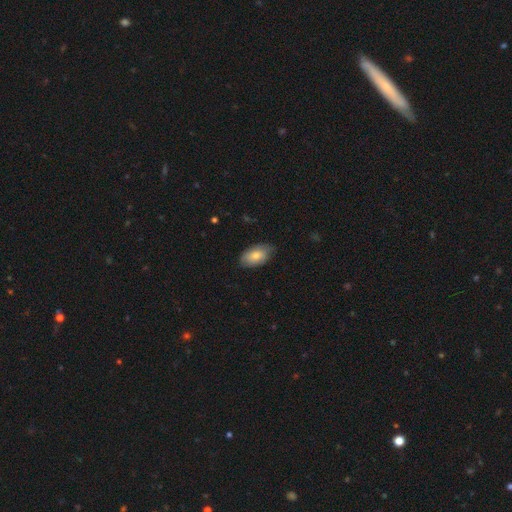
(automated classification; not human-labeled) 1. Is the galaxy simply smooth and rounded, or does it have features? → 78% smooth, 16% featured or disk, 6% star or artifact.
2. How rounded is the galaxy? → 94% in between, 4% round, 2% cigar-shaped.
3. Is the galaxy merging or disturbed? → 74% none, 22% minor disturbance, 3% major disturbance, 1% merger.